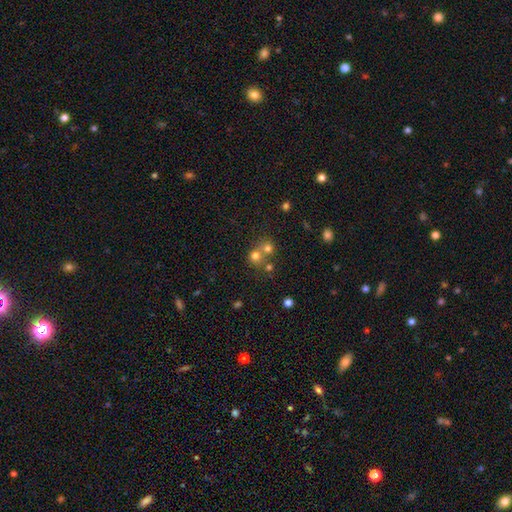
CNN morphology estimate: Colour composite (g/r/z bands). It shows a smooth galaxy with no disk features (71%) that is round (86%). Merging: none (46%, tied with merger).